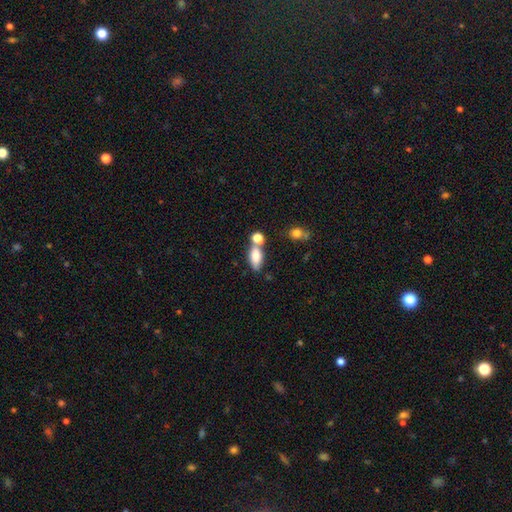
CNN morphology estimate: type=smooth (76%); roundness=in between (81%); merging=none (46%).